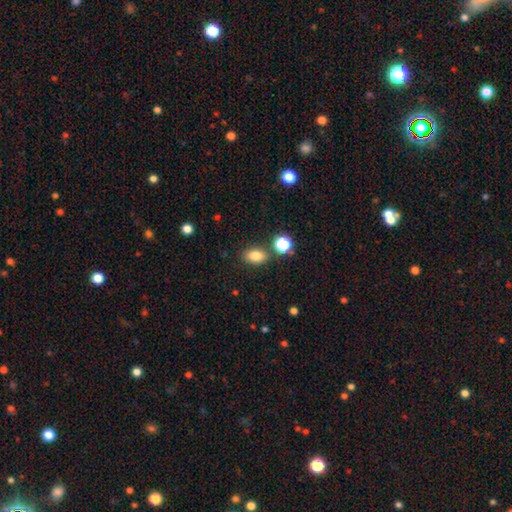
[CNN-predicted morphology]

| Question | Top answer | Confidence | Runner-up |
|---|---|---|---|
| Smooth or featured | smooth | 82% | star or artifact (11%) |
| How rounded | in between | 78% | round (20%) |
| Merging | none | 79% | minor disturbance (10%) |